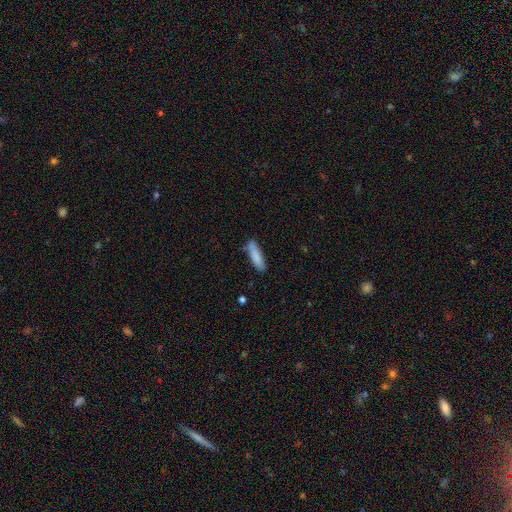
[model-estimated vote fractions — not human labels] Q: Smooth or featured?
A: smooth (85%); runner-up: featured or disk (9%)
Q: How rounded?
A: cigar-shaped (66%); runner-up: in between (33%)
Q: Merging?
A: none (79%); runner-up: minor disturbance (15%)